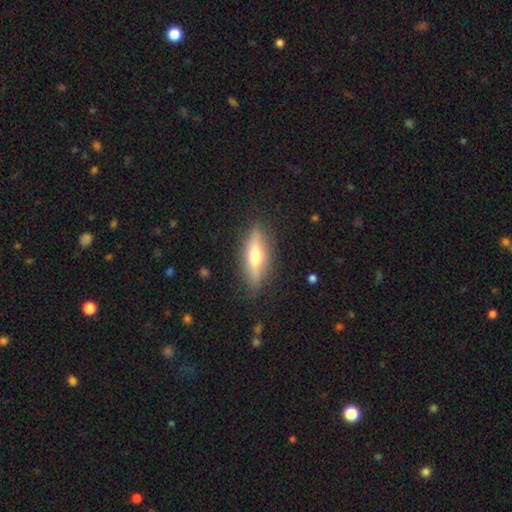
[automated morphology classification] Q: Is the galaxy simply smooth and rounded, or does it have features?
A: smooth — 50%.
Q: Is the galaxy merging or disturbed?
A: none — 85%.